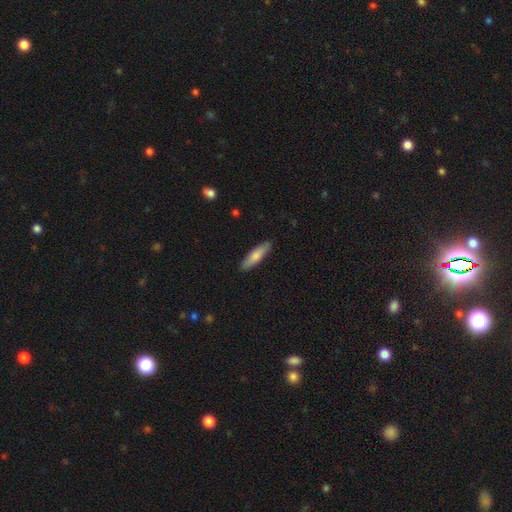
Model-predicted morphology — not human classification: Smooth or featured?
  - smooth: 75% *
  - featured or disk: 20%
  - star or artifact: 5%
How rounded?
  - cigar-shaped: 68% *
  - in between: 30%
  - round: 2%
Merging?
  - none: 89% *
  - minor disturbance: 8%
  - major disturbance: 2%
  - merger: 1%